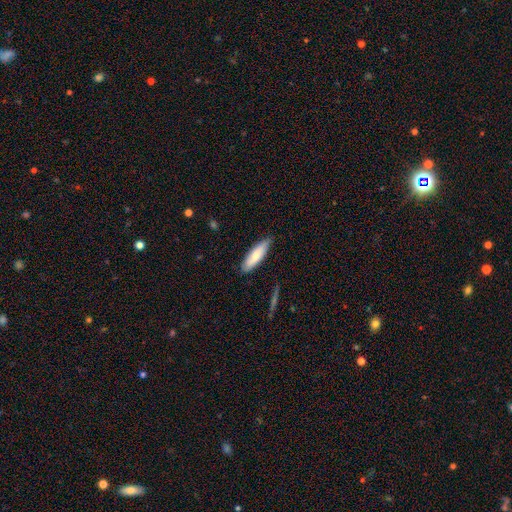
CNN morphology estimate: smooth 79%, featured or disk 15%, star or artifact 6%. Down the decision tree: how rounded — in between (50%); merging — none (81%).